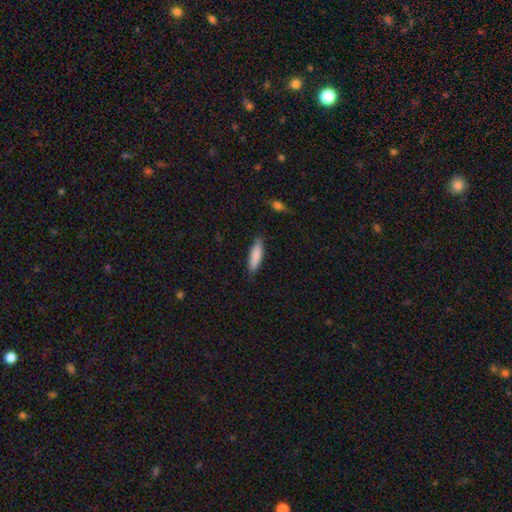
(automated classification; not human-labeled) This is clearly a smooth galaxy (87%). How rounded: likely cigar-shaped (61%). Merging: clearly none (85%).